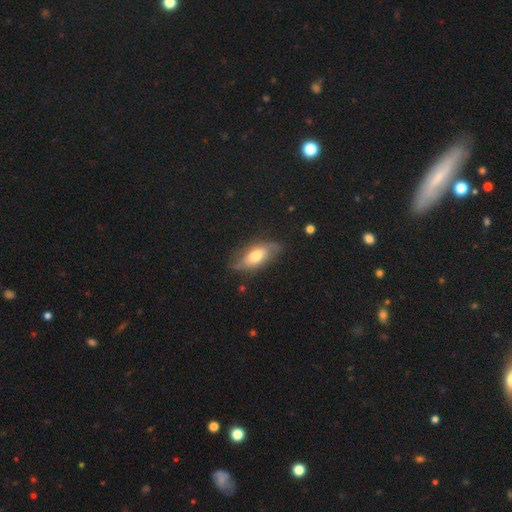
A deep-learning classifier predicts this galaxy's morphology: This appears to be a smooth galaxy with no disk features (54%) that is in between round and cigar-shaped (83%). Merging: none (71%).